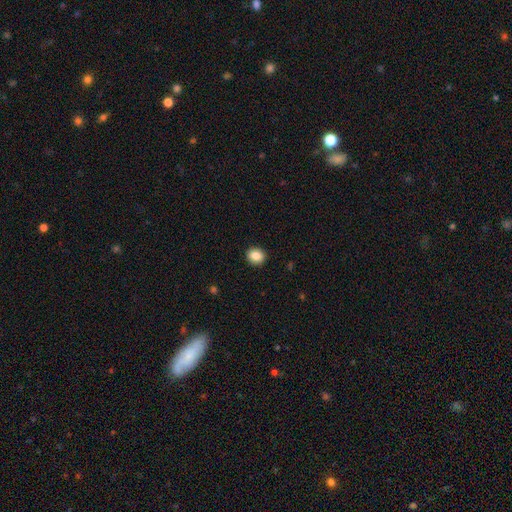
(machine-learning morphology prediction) A smooth galaxy with no disk features (86%) that is round (74%). Merging: none (92%).